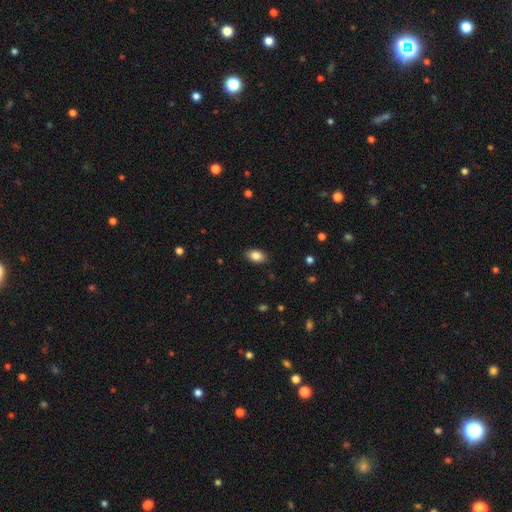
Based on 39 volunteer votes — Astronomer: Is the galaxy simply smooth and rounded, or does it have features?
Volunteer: smooth — 85%.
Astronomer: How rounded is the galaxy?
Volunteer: in between — 85%.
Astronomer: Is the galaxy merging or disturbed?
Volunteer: none — 86%.